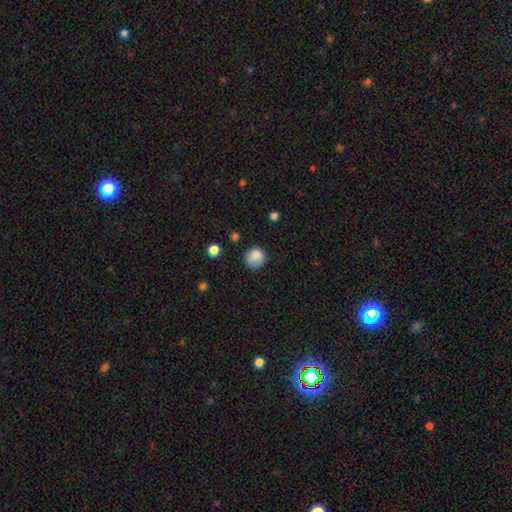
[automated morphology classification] smooth_or_featured: smooth (p=0.84) [alt: star or artifact p=0.09]
how_rounded: round (p=0.86) [alt: in between p=0.13]
merging: none (p=0.71) [alt: minor disturbance p=0.21]